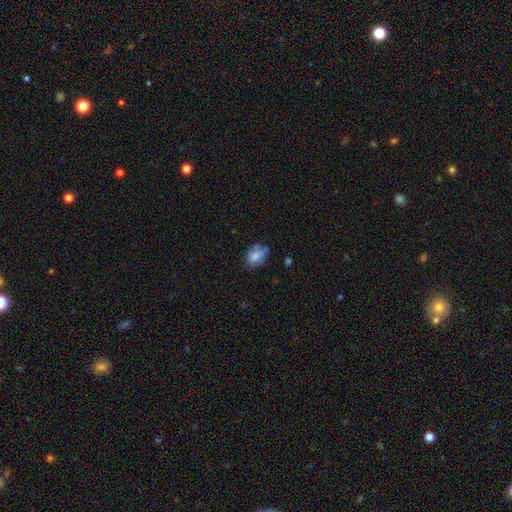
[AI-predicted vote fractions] Smooth or featured: smooth — 70% (featured or disk — 20%)
How rounded: in between — 72% (round — 26%)
Merging: none — 46% (minor disturbance — 32%)